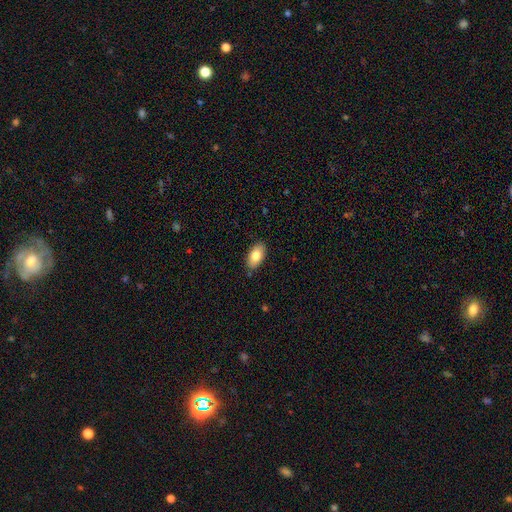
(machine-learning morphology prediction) Q: Smooth or featured?
A: smooth (81%); runner-up: featured or disk (12%)
Q: How rounded?
A: in between (94%); runner-up: round (4%)
Q: Merging?
A: none (86%); runner-up: minor disturbance (11%)